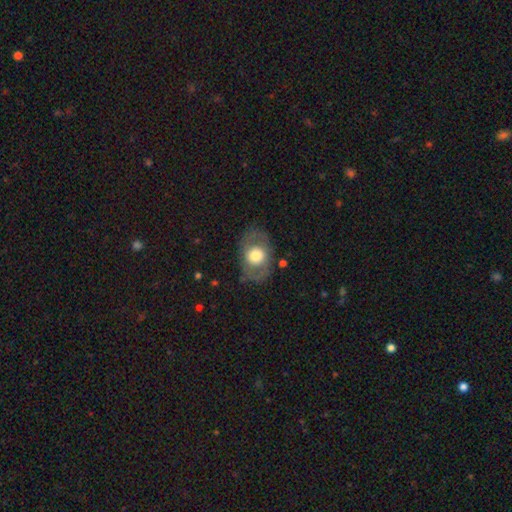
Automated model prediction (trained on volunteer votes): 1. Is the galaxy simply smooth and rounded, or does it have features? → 54% smooth, 39% featured or disk, 6% star or artifact.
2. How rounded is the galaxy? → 69% in between, 30% round, 1% cigar-shaped.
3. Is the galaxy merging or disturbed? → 76% none, 14% minor disturbance, 8% major disturbance, 1% merger.